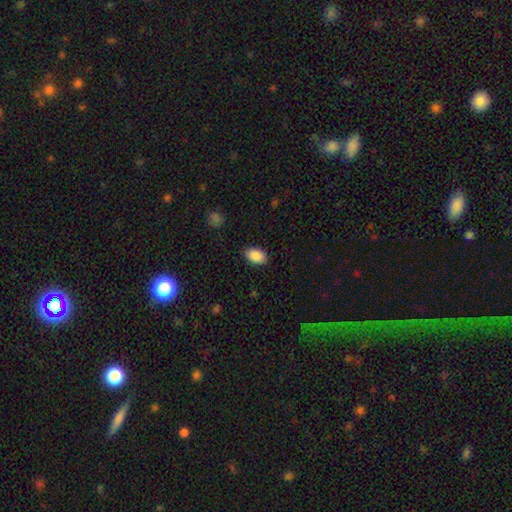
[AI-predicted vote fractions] A smooth galaxy with no disk features (90%) that is in between round and cigar-shaped (91%). Merging: none (85%).